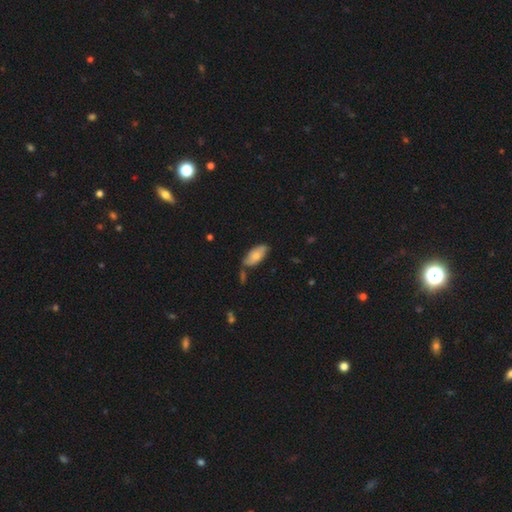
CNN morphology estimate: smooth_or_featured: smooth (p=0.71) [alt: featured or disk p=0.23]
how_rounded: in between (p=0.88) [alt: cigar-shaped p=0.10]
merging: none (p=0.68) [alt: minor disturbance p=0.21]